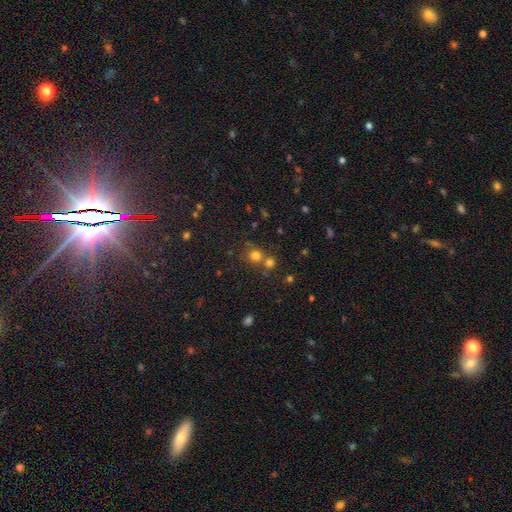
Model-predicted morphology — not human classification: A smooth galaxy with no disk features (74%) that is round (88%). Merging: none (60%).